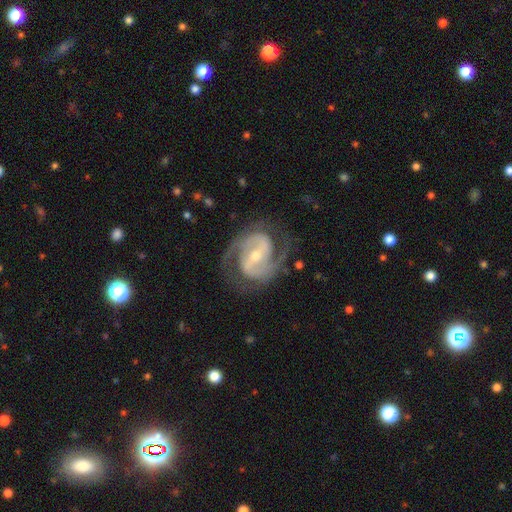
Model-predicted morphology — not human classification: Overall: featured or disk (91%). Edge-on disk: no (97%). Bar: strong (44%; weak 38%). Spiral arms: yes (97%). Spiral arm count: 2 (91%). Spiral winding: medium (54%; tight 34%). Bulge size: small (52%; moderate 44%). Merging: none (77%).